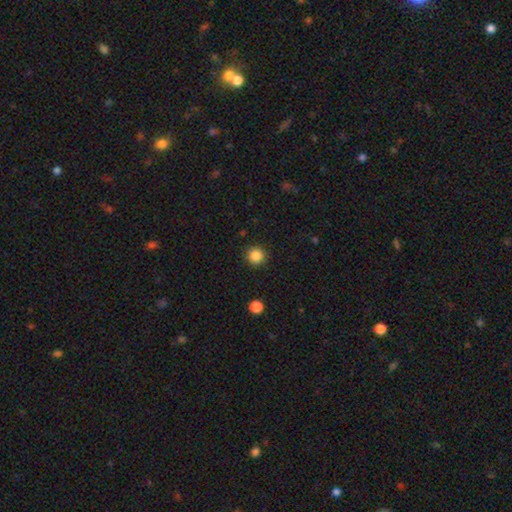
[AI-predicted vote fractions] Morphology: type=smooth (86%); roundness=round (95%); merging=none (91%).